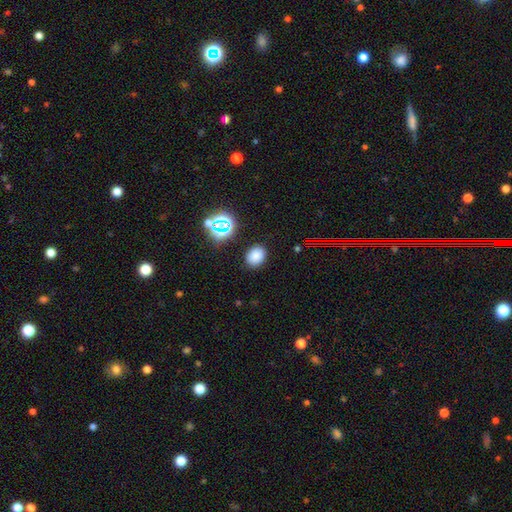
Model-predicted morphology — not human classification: This appears to be a smooth galaxy with no disk features (76%) that is in between round and cigar-shaped (64%). Merging: none (86%).